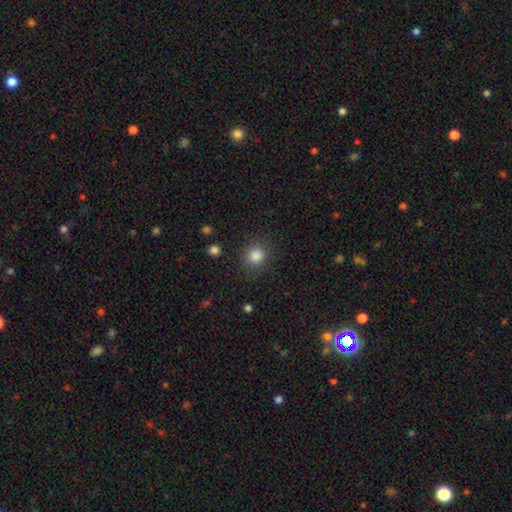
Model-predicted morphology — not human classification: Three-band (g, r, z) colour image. It shows a smooth galaxy with no disk features (85%) that is round (84%). Merging: none (82%).